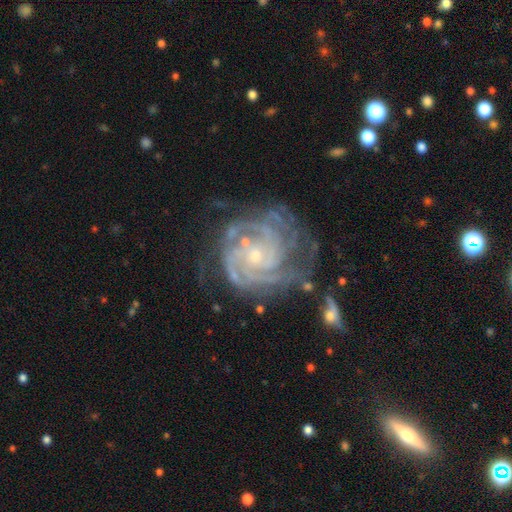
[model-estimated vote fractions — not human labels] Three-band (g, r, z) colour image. It shows a featured or disk galaxy (90%) with no bar (71%), 3 (24%) tight (73%) spiral arms (98%) and a small central bulge (68%). Merging: none (57%).